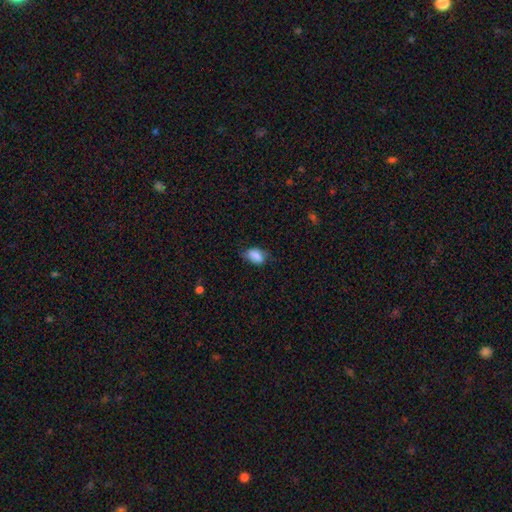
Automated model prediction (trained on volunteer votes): Smooth or featured?
  - smooth: 83% *
  - featured or disk: 10%
  - star or artifact: 7%
How rounded?
  - in between: 87% *
  - round: 10%
  - cigar-shaped: 2%
Merging?
  - none: 57% *
  - minor disturbance: 32%
  - major disturbance: 10%
  - merger: 1%